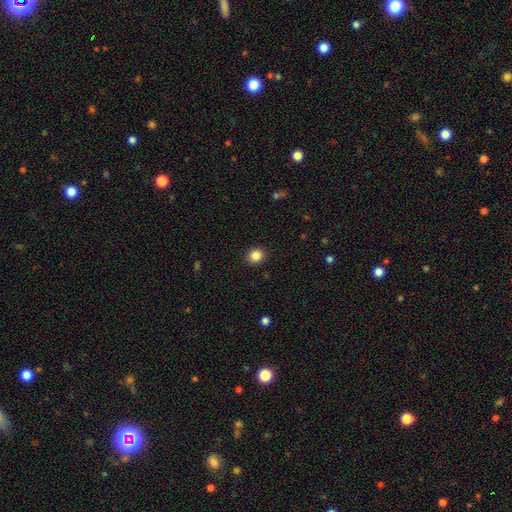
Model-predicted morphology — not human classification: smooth-or-featured: smooth: 85% | star or artifact: 11% | featured or disk: 5%
  how-rounded: round: 81% | in between: 18% | cigar-shaped: 1%
  merging: none: 92% | minor disturbance: 6% | major disturbance: 2% | merger: 1%